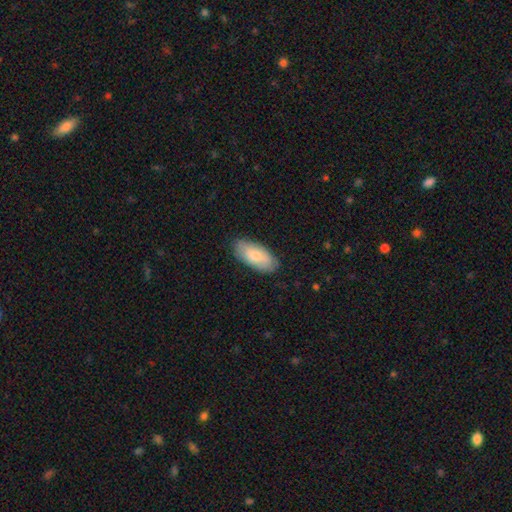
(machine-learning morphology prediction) Q: Smooth or featured?
A: smooth (75%); runner-up: featured or disk (19%)
Q: How rounded?
A: in between (91%); runner-up: cigar-shaped (6%)
Q: Merging?
A: none (83%); runner-up: minor disturbance (14%)